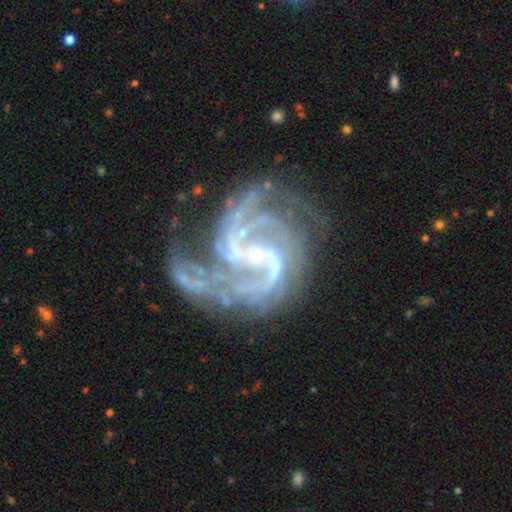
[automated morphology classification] smooth-or-featured: featured or disk: 91% | star or artifact: 6% | smooth: 2%
  disk-edge-on: no: 98% | yes: 2%
    bar: weak: 40% | no: 38% | strong: 21%
    has-spiral-arms: yes: 98% | no: 2%
      spiral-winding: medium: 53% | tight: 33% | loose: 15%
      spiral-arm-count: 2: 42% | 3: 23% | can't tell: 11% | 4: 10% | more than 4: 7% | 1: 7%
    bulge-size: small: 76% | moderate: 18% | none: 4% | large: 1% | dominant: 1%
  merging: none: 50% | major disturbance: 22% | minor disturbance: 20% | merger: 8%